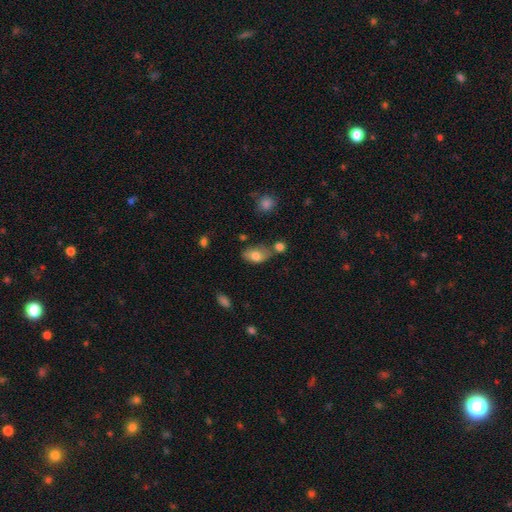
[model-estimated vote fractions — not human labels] This is likely a smooth galaxy (75%). How rounded: clearly in between (90%). Merging: possibly none (55%).